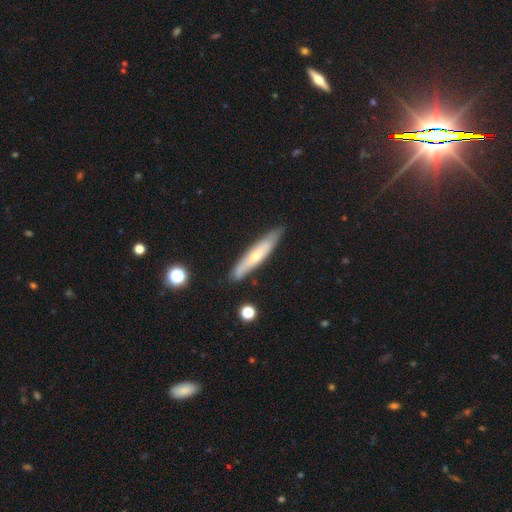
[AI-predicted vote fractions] Smooth or featured?
  - featured or disk: 48% *
  - smooth: 46%
  - star or artifact: 6%
Merging?
  - none: 82% *
  - minor disturbance: 13%
  - major disturbance: 2%
  - merger: 2%